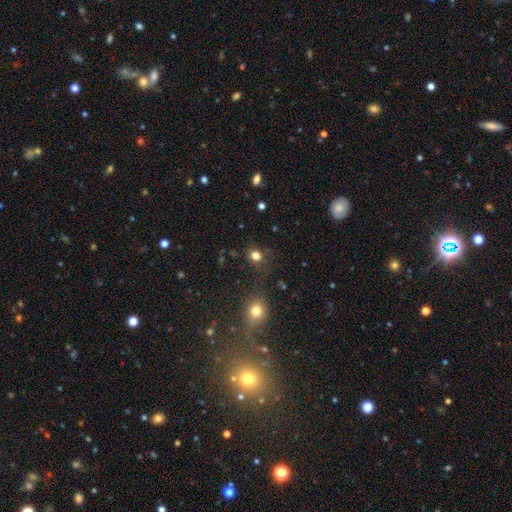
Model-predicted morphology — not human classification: Overall: smooth (78%). How rounded: round (77%). Merging: none (79%).